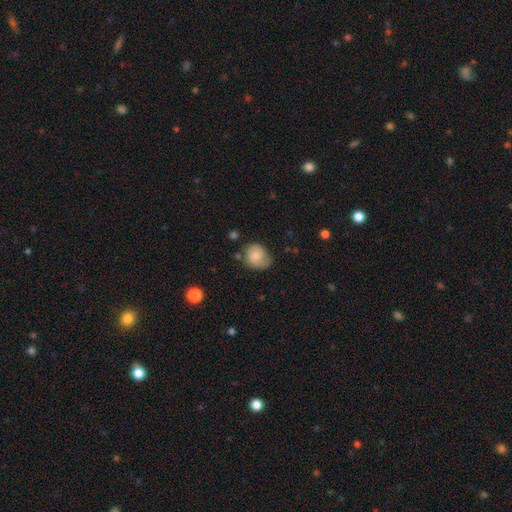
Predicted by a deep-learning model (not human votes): smooth_or_featured: smooth (p=0.70) [alt: featured or disk p=0.22]
how_rounded: round (p=0.68) [alt: in between p=0.31]
merging: none (p=0.55) [alt: minor disturbance p=0.31]